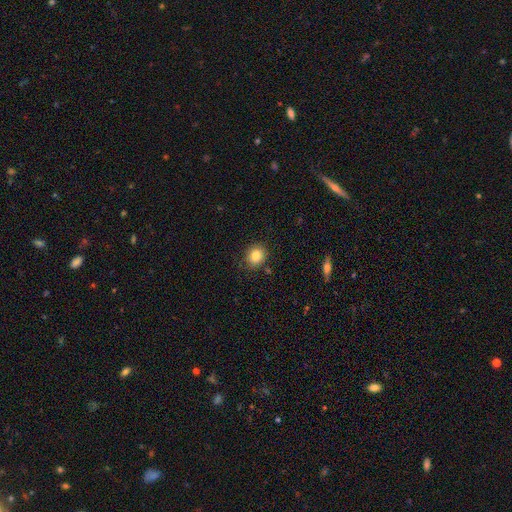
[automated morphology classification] A smooth galaxy with no disk features (83%) that is round (76%).

Vote fractions:
- Smooth or featured? smooth: 83% / star or artifact: 10% / featured or disk: 7%
- How rounded? round: 76% / in between: 23% / cigar-shaped: 1%
- Merging? none: 87% / minor disturbance: 9% / major disturbance: 2% / merger: 2%